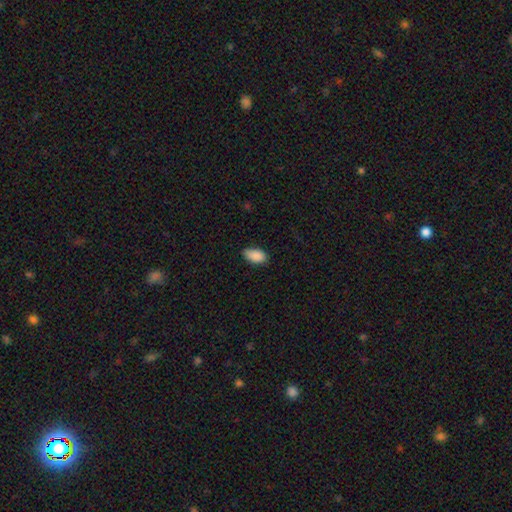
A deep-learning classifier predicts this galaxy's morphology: smooth 89%, star or artifact 7%, featured or disk 4%. Down the decision tree: how rounded — in between (94%); merging — none (78%).